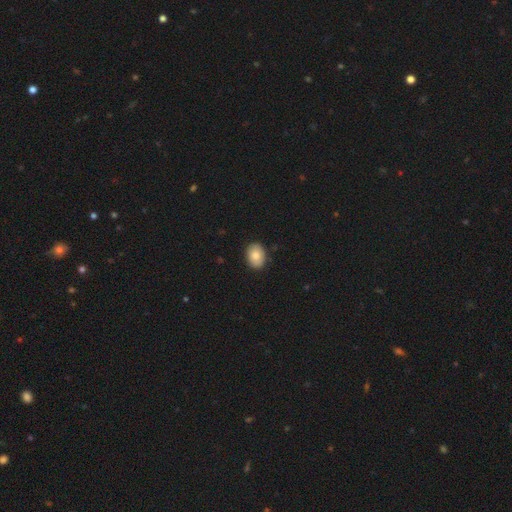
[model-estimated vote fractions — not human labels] smooth_or_featured: smooth (p=0.84) [alt: featured or disk p=0.09]
how_rounded: in between (p=0.74) [alt: round p=0.25]
merging: none (p=0.88) [alt: minor disturbance p=0.09]